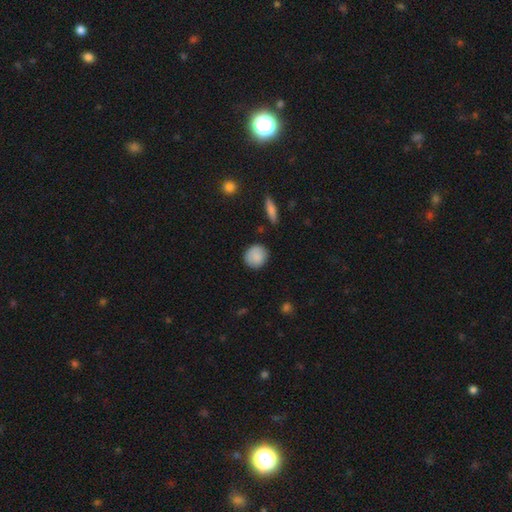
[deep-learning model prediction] smooth_or_featured: smooth (p=0.87) [alt: star or artifact p=0.07]
how_rounded: round (p=0.89) [alt: in between p=0.10]
merging: none (p=0.86) [alt: minor disturbance p=0.10]